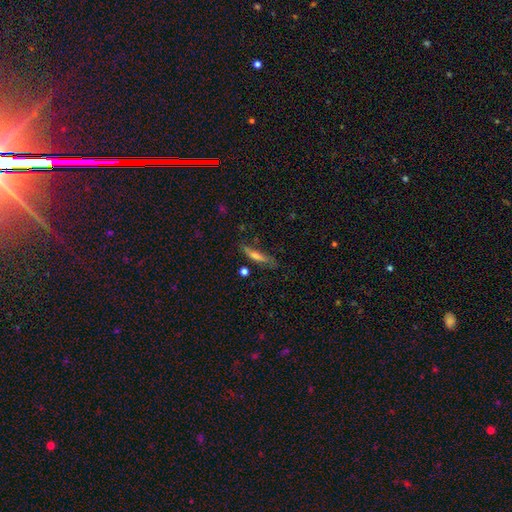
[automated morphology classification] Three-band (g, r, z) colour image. It shows a featured or disk galaxy (46%). Merging: none (69%).